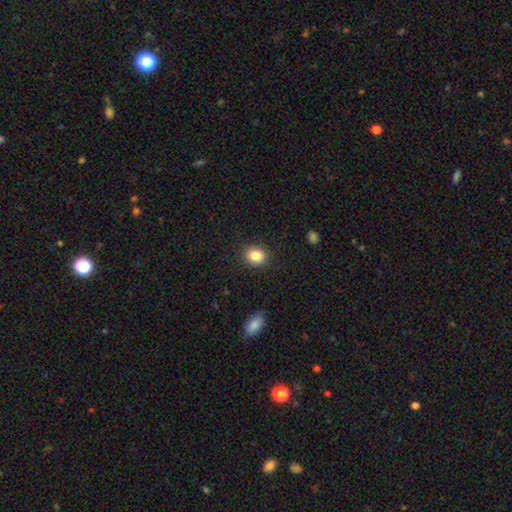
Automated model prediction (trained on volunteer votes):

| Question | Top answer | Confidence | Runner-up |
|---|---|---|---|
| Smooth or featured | smooth | 84% | star or artifact (10%) |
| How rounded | round | 60% | in between (39%) |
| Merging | none | 89% | minor disturbance (8%) |